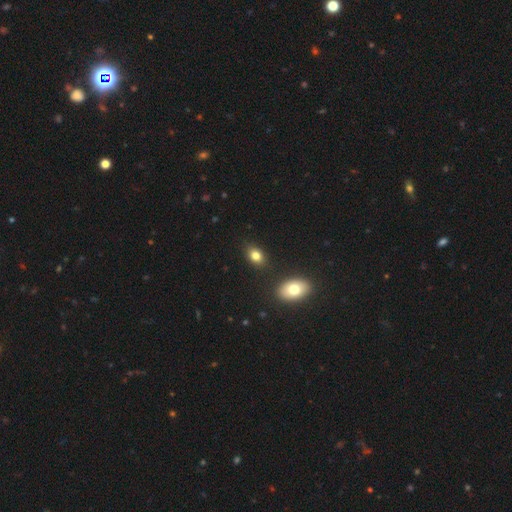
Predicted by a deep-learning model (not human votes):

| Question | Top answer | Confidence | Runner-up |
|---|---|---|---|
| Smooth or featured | smooth | 80% | star or artifact (10%) |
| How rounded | in between | 80% | round (18%) |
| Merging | none | 83% | minor disturbance (10%) |